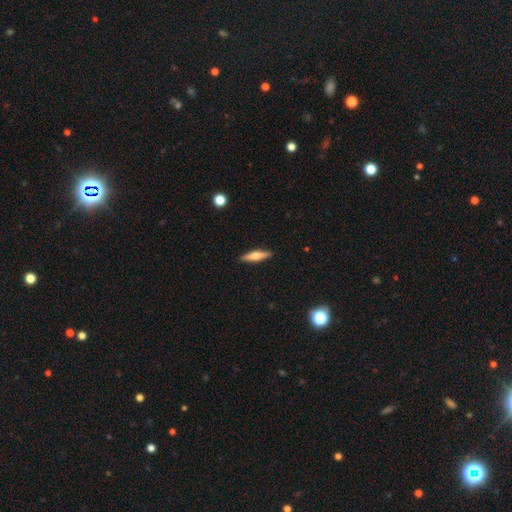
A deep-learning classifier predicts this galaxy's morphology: A smooth galaxy with no disk features (51%) that is cigar-shaped (77%).

Vote fractions:
- Smooth or featured? smooth: 51% / featured or disk: 43% / star or artifact: 6%
- How rounded? cigar-shaped: 77% / in between: 21% / round: 2%
- Merging? none: 91% / minor disturbance: 7% / major disturbance: 2% / merger: 1%